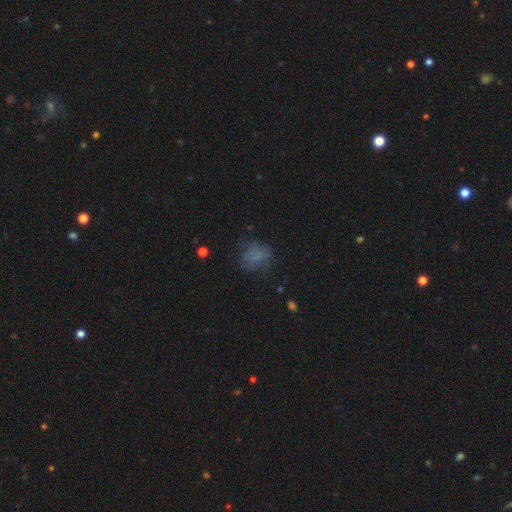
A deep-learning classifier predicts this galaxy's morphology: smooth-or-featured: smooth: 66% | featured or disk: 18% | star or artifact: 16%
  how-rounded: round: 53% | in between: 46% | cigar-shaped: 1%
  merging: none: 59% | minor disturbance: 23% | major disturbance: 16% | merger: 2%